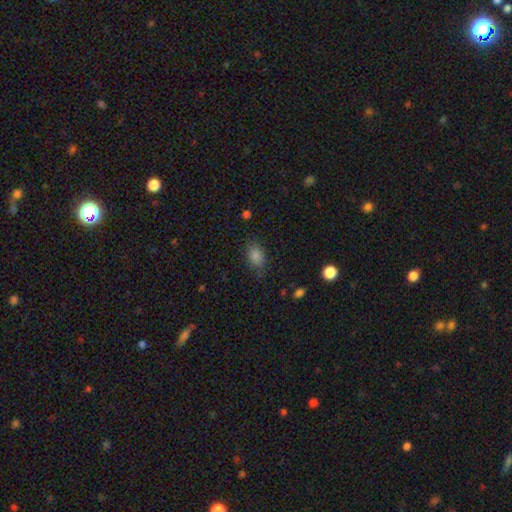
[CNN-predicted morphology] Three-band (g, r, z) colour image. It shows a smooth galaxy with no disk features (82%) that is in between round and cigar-shaped (81%). Merging: none (78%).